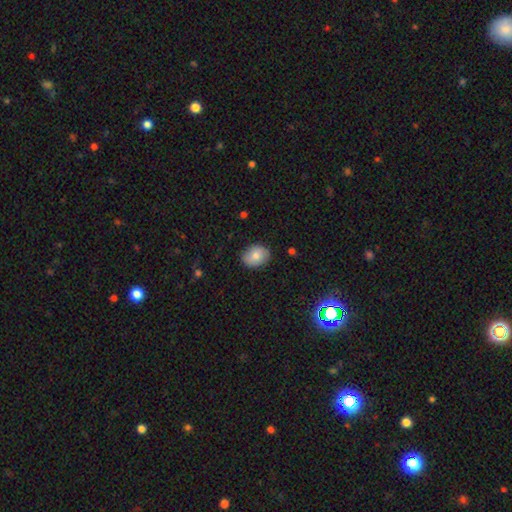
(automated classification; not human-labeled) Overall: smooth (78%). How rounded: in between (59%; round 40%). Merging: none (85%).